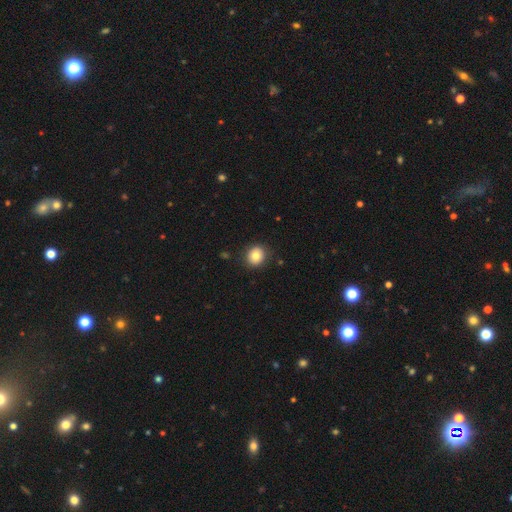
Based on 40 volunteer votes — A smooth galaxy with no disk features (75%) that is round (87%).

Vote fractions:
- Smooth or featured? smooth: 75% / featured or disk: 12% / star or artifact: 12%
- How rounded? round: 87% / in between: 13% / cigar-shaped: 0%
- Merging? none: 91% / minor disturbance: 6% / merger: 3% / major disturbance: 0%